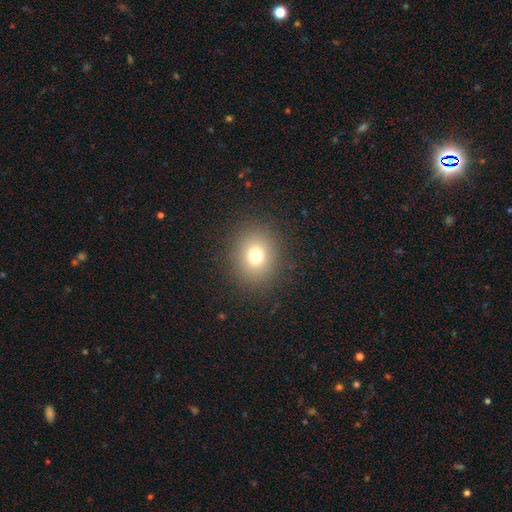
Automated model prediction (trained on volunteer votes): Smooth or featured: smooth — 75% (star or artifact — 16%)
How rounded: round — 75% (in between — 24%)
Merging: none — 88% (minor disturbance — 7%)